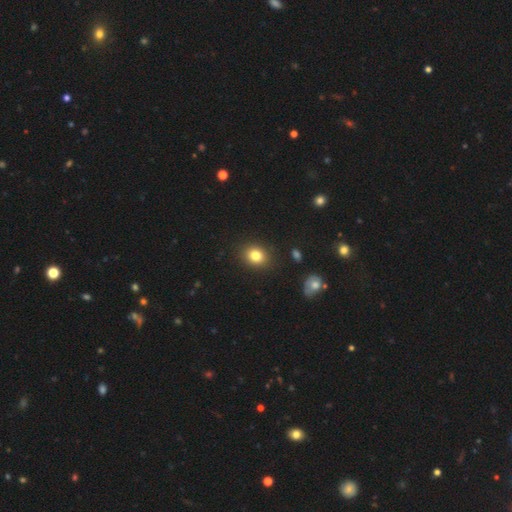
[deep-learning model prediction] smooth 82%, star or artifact 11%, featured or disk 7%. Down the decision tree: how rounded — round (61%); merging — none (88%).